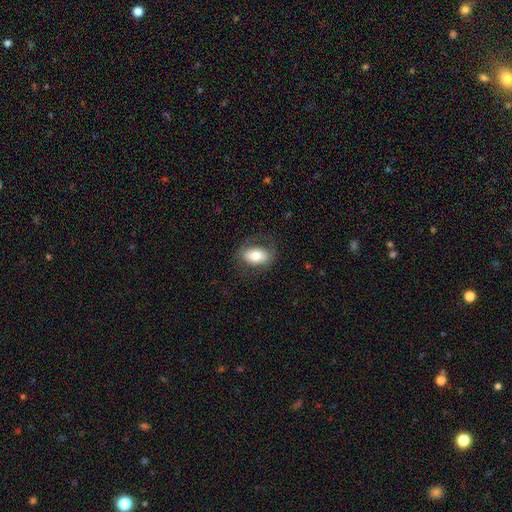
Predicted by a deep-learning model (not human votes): Smooth or featured? Predicted: smooth (p=0.68). How rounded? Predicted: in between (p=0.87). Merging? Predicted: none (p=0.72).